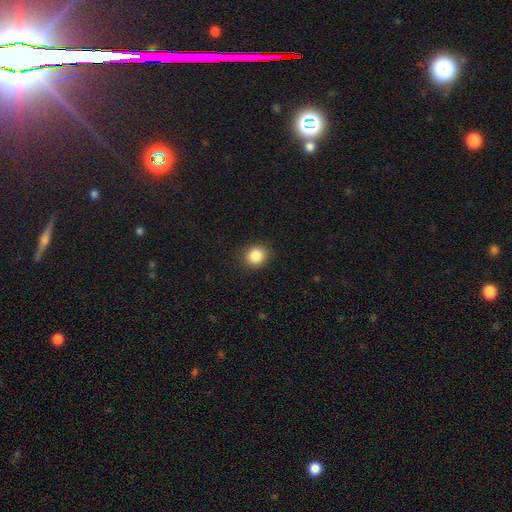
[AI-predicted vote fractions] smooth-or-featured: smooth: 86% | star or artifact: 10% | featured or disk: 4%
  how-rounded: round: 79% | in between: 20% | cigar-shaped: 1%
  merging: none: 89% | minor disturbance: 8% | major disturbance: 2% | merger: 1%